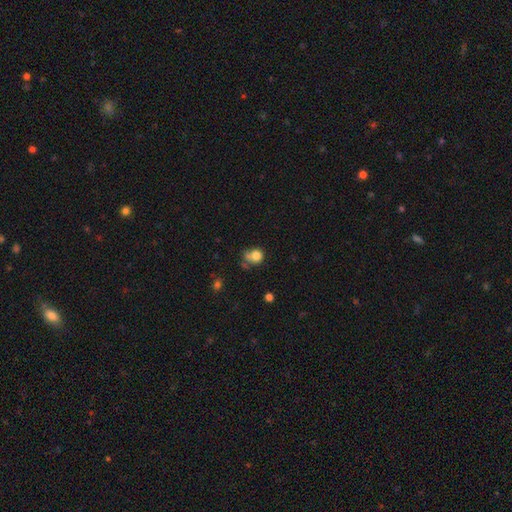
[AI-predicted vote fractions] A smooth galaxy with no disk features (79%) that is round (72%).

Vote fractions:
- Smooth or featured? smooth: 79% / star or artifact: 11% / featured or disk: 10%
- How rounded? round: 72% / in between: 27% / cigar-shaped: 1%
- Merging? none: 41% / minor disturbance: 24% / merger: 21% / major disturbance: 14%